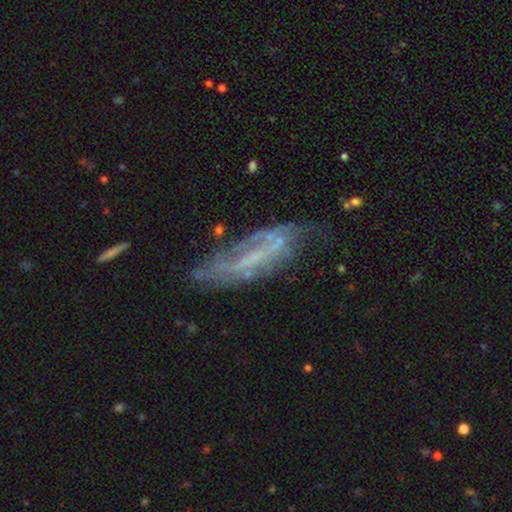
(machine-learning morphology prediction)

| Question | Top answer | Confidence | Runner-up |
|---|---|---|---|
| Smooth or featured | featured or disk | 68% | smooth (21%) |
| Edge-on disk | no | 74% | yes (26%) |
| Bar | no | 35% | strong (34%) |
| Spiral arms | yes | 58% | no (42%) |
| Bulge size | none | 56% | small (30%) |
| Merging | none | 48% | minor disturbance (27%) |